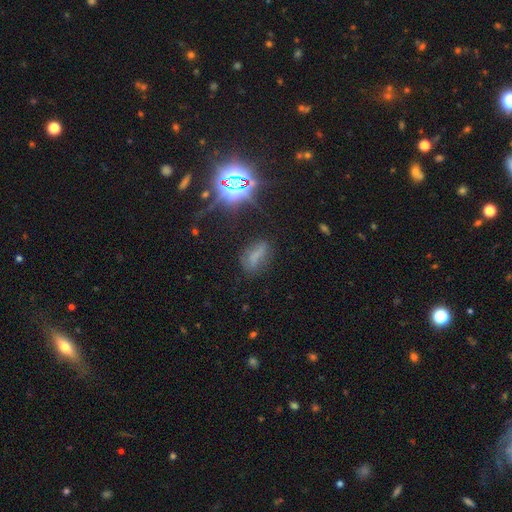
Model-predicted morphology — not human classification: Smooth or featured: smooth — 52% (star or artifact — 30%)
How rounded: in between — 70% (cigar-shaped — 23%)
Merging: none — 65% (minor disturbance — 20%)